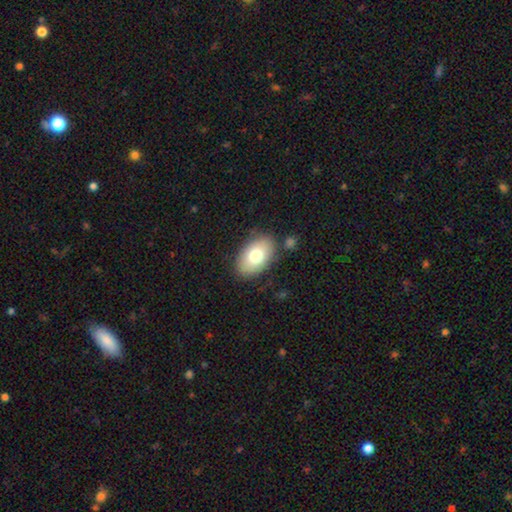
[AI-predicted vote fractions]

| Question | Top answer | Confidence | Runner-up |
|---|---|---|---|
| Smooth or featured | smooth | 74% | featured or disk (18%) |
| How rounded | in between | 91% | round (7%) |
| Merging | none | 83% | minor disturbance (11%) |